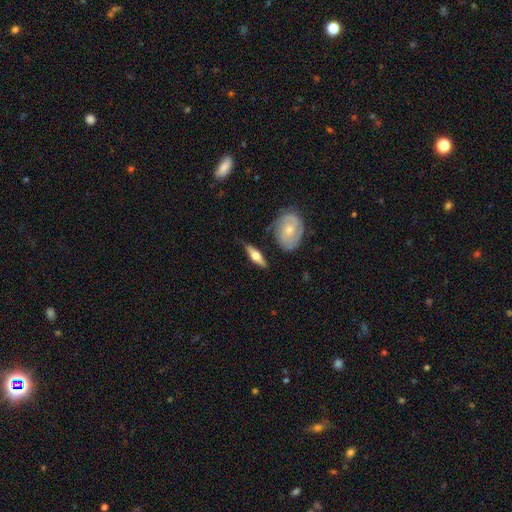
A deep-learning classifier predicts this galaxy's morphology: Smooth or featured? featured or disk (58%)
Edge-on disk? yes (83%)
Merging? none (74%)